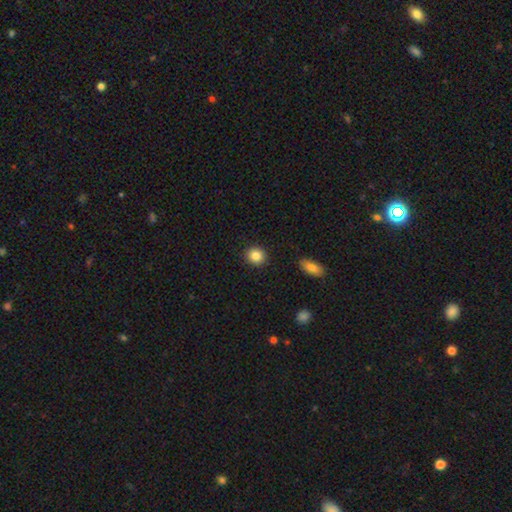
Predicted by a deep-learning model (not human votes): This appears to be a smooth galaxy with no disk features (86%) that is round (84%). Merging: none (91%).